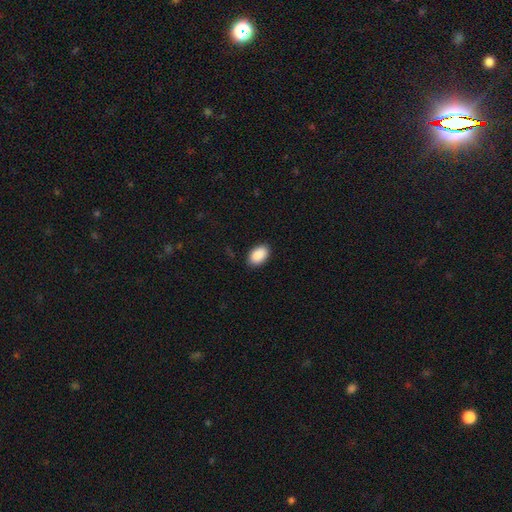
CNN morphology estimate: Smooth or featured? smooth (91%)
How rounded? in between (92%)
Merging? none (88%)